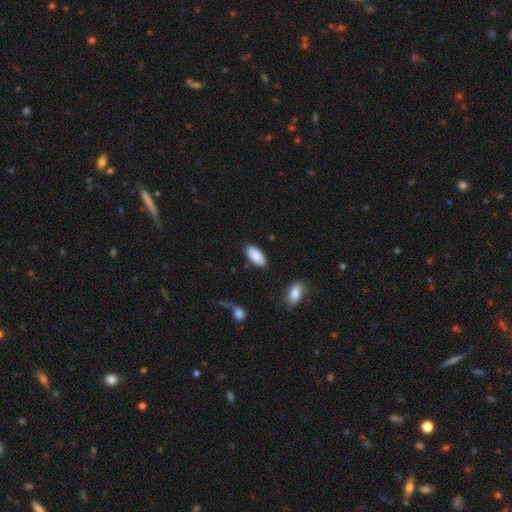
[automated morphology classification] smooth 89%, star or artifact 6%, featured or disk 6%. Down the decision tree: how rounded — in between (88%); merging — none (85%).